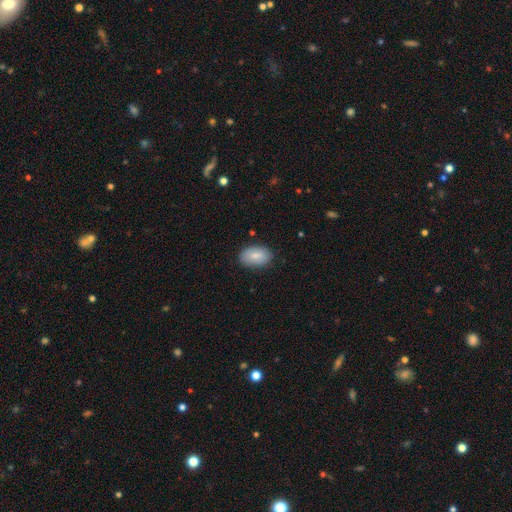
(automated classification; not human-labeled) This appears to be a smooth galaxy with no disk features (83%) that is in between round and cigar-shaped (91%). Merging: none (84%).